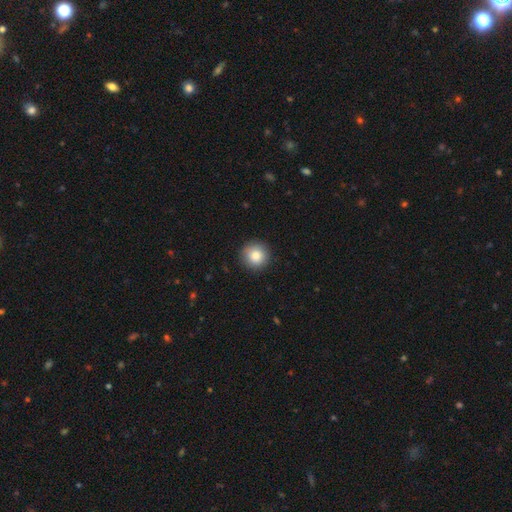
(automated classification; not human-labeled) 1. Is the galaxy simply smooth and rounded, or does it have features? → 85% smooth, 9% star or artifact, 7% featured or disk.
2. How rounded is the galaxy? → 95% round, 4% in between, 1% cigar-shaped.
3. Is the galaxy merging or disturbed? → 91% none, 6% minor disturbance, 2% major disturbance, 1% merger.